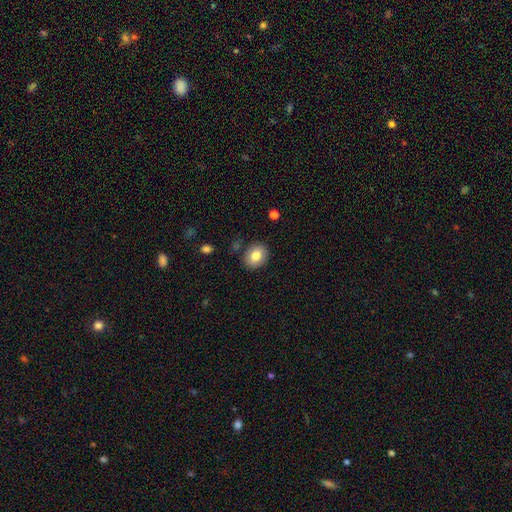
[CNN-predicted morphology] smooth 81%, featured or disk 10%, star or artifact 8%. Down the decision tree: how rounded — in between (55%); merging — none (86%).